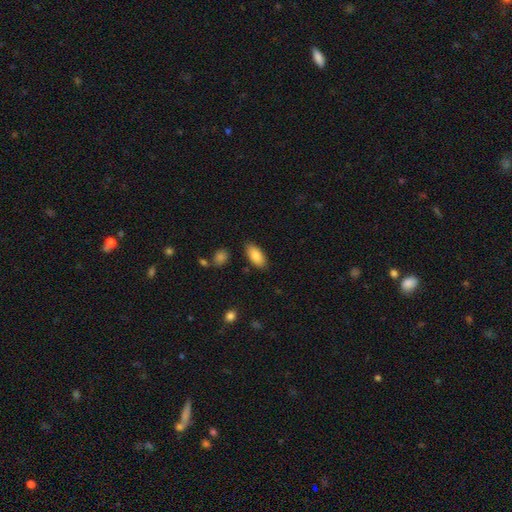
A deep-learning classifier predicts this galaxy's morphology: This is clearly a smooth galaxy (86%). How rounded: clearly in between (90%). Merging: clearly none (85%).